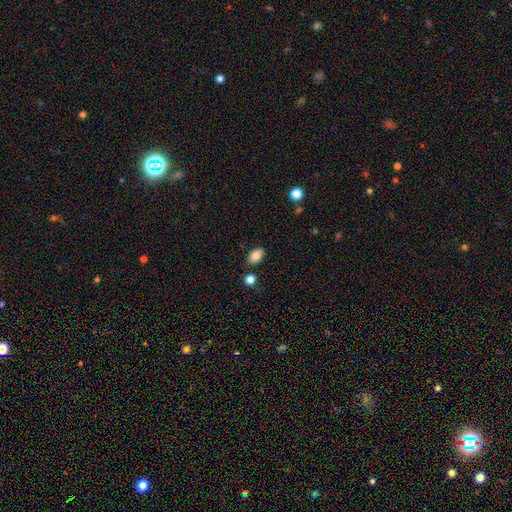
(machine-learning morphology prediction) Smooth or featured? smooth (86%)
How rounded? in between (90%)
Merging? none (83%)